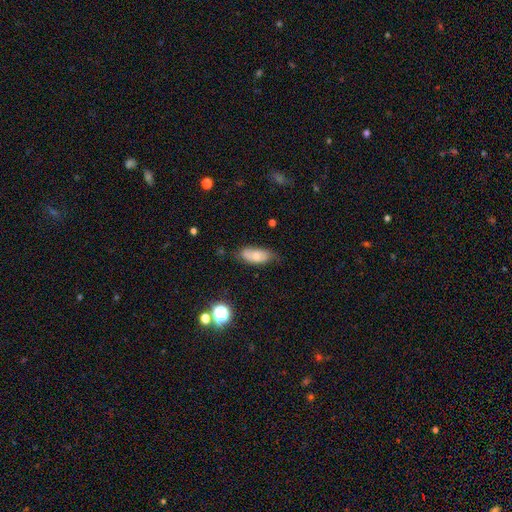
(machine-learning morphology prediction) smooth-or-featured: smooth: 66% | featured or disk: 25% | star or artifact: 9%
  how-rounded: in between: 86% | cigar-shaped: 11% | round: 4%
  merging: none: 64% | minor disturbance: 28% | major disturbance: 6% | merger: 2%